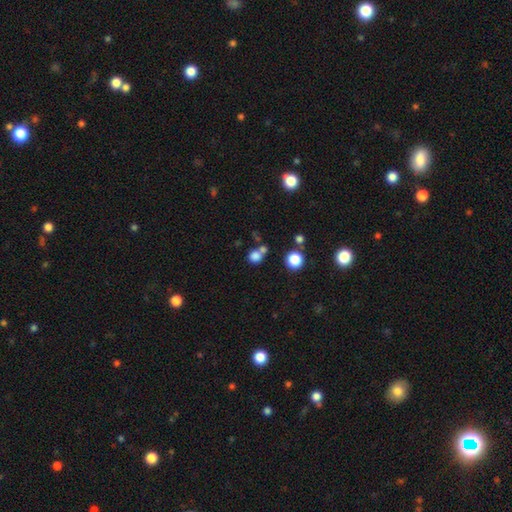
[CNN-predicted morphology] Smooth or featured? smooth (78%)
How rounded? round (82%)
Merging? none (53%)